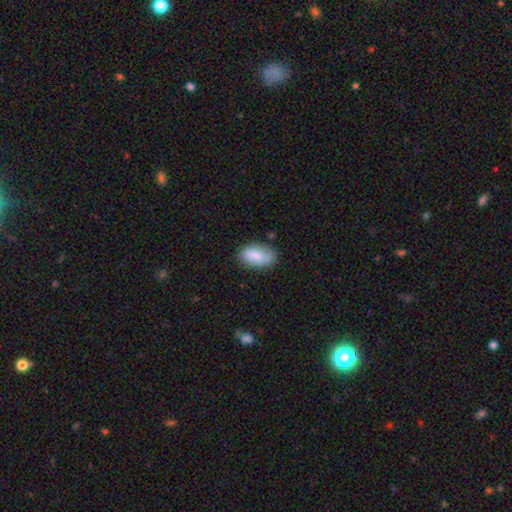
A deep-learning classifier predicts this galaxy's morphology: Smooth or featured? smooth (80%)
How rounded? in between (92%)
Merging? none (74%)